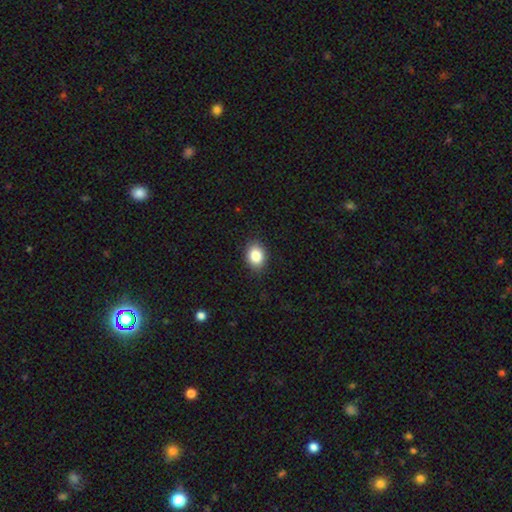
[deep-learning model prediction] Overall: smooth (86%). How rounded: in between (59%; round 40%). Merging: none (88%).